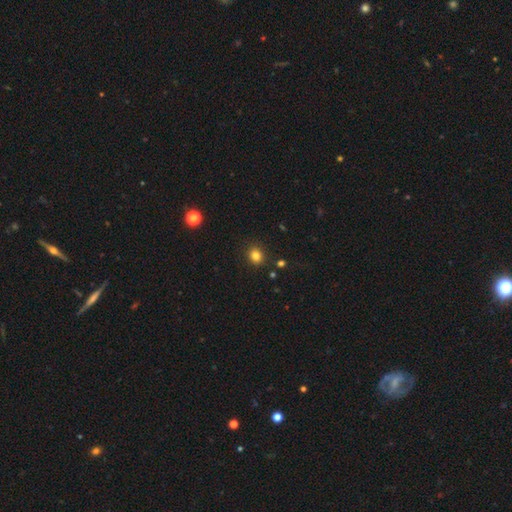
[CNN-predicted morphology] Q: Smooth or featured?
A: smooth (82%); runner-up: star or artifact (13%)
Q: How rounded?
A: round (67%); runner-up: in between (33%)
Q: Merging?
A: none (88%); runner-up: minor disturbance (8%)